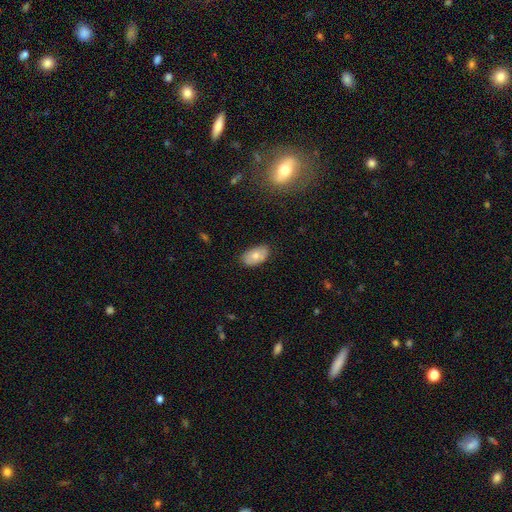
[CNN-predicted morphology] Q: Smooth or featured?
A: smooth (73%); runner-up: featured or disk (20%)
Q: How rounded?
A: in between (93%); runner-up: round (5%)
Q: Merging?
A: none (80%); runner-up: minor disturbance (16%)